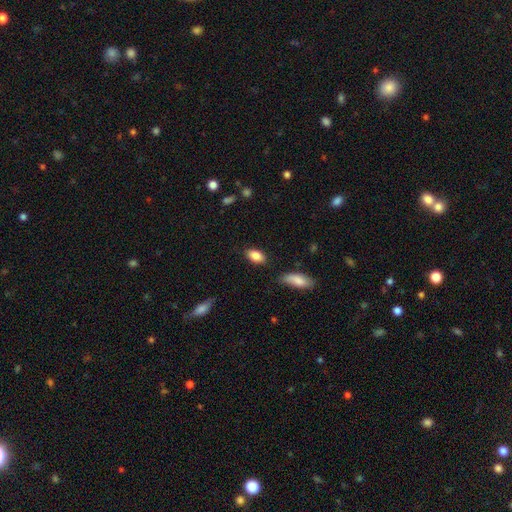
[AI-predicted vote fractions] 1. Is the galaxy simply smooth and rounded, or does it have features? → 86% smooth, 7% star or artifact, 7% featured or disk.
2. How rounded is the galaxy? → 91% in between, 5% round, 5% cigar-shaped.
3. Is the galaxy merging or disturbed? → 84% none, 11% minor disturbance, 3% major disturbance, 2% merger.